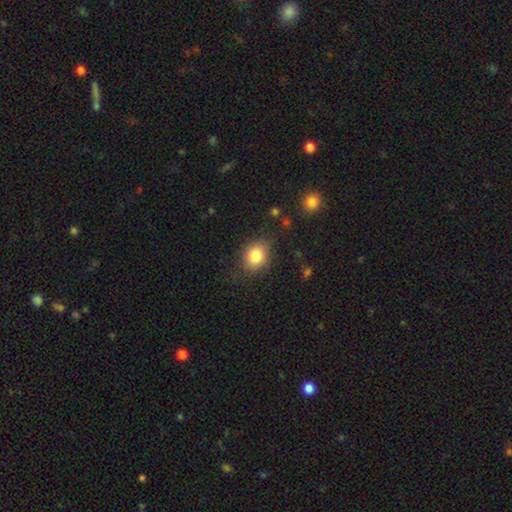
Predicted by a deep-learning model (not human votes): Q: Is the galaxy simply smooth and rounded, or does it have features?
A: smooth — 83%.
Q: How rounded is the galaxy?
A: round — 54%.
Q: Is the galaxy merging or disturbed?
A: none — 79%.